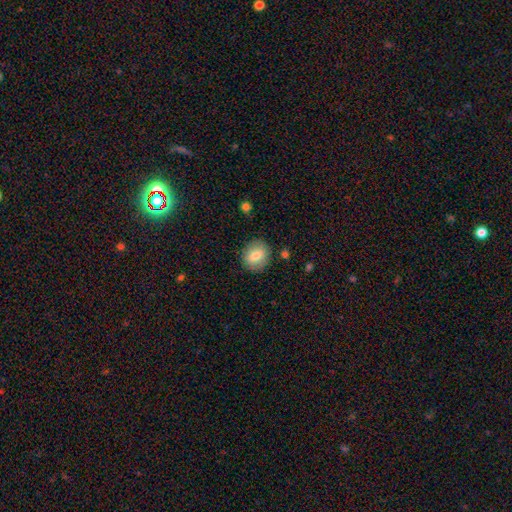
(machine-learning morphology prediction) type=smooth (76%); roundness=round (68%); merging=none (86%).